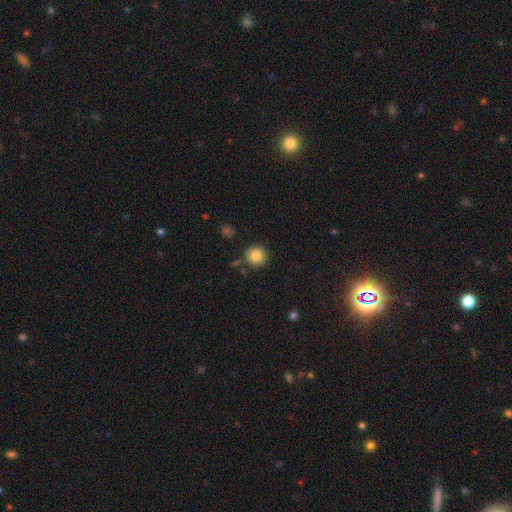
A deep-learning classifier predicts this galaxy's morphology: A smooth galaxy with no disk features (85%) that is round (93%).

Vote fractions:
- Smooth or featured? smooth: 85% / star or artifact: 10% / featured or disk: 6%
- How rounded? round: 93% / in between: 6% / cigar-shaped: 1%
- Merging? none: 84% / minor disturbance: 9% / merger: 4% / major disturbance: 3%